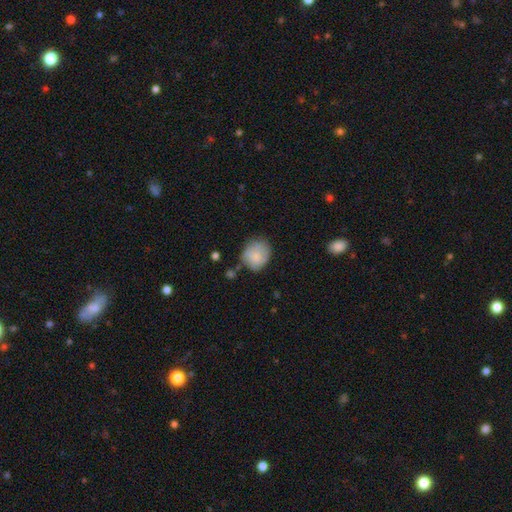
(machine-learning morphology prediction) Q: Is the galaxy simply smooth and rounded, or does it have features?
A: smooth — 74%.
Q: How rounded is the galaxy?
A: round — 73%.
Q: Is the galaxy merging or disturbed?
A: none — 60%.